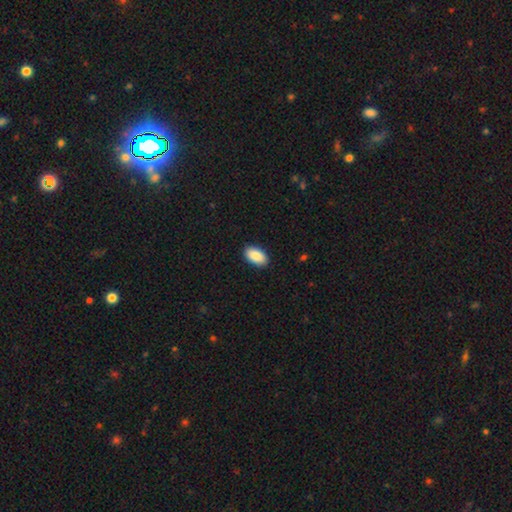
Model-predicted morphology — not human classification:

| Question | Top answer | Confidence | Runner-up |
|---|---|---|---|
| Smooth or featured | smooth | 90% | star or artifact (6%) |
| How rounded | in between | 95% | round (4%) |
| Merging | none | 90% | minor disturbance (8%) |